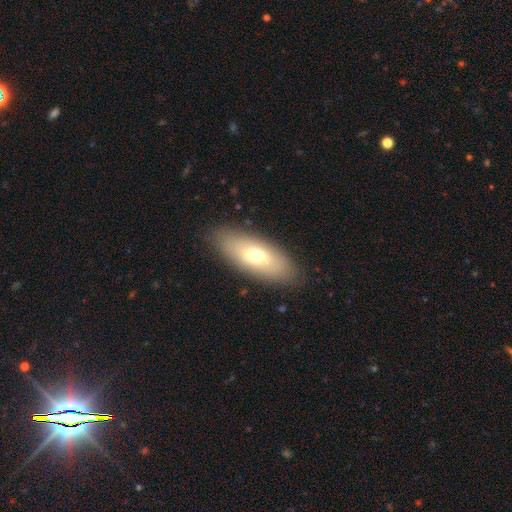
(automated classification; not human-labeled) smooth 65%, featured or disk 28%, star or artifact 7%. Down the decision tree: how rounded — in between (78%); merging — none (87%).